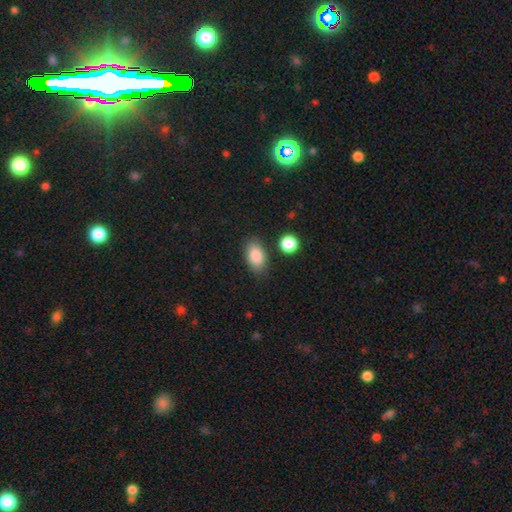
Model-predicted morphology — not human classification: This is clearly a smooth galaxy (87%). How rounded: clearly in between (90%). Merging: clearly none (81%).